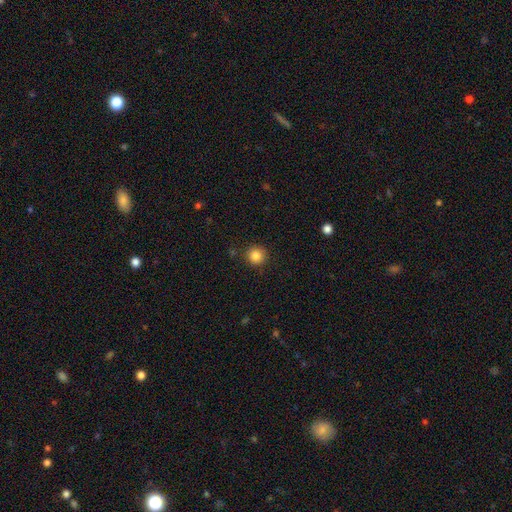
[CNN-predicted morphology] Overall: smooth (85%). How rounded: round (94%). Merging: none (89%).